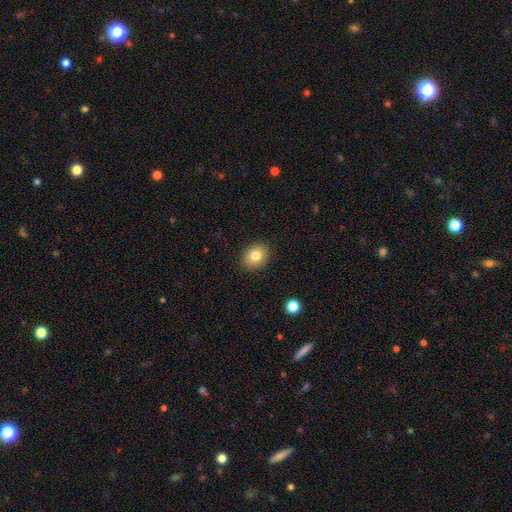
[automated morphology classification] The model was most divided on "how rounded": round: 51%, in between: 48%, cigar-shaped: 1%. More confident: merging — none (90%); smooth or featured — smooth (81%).